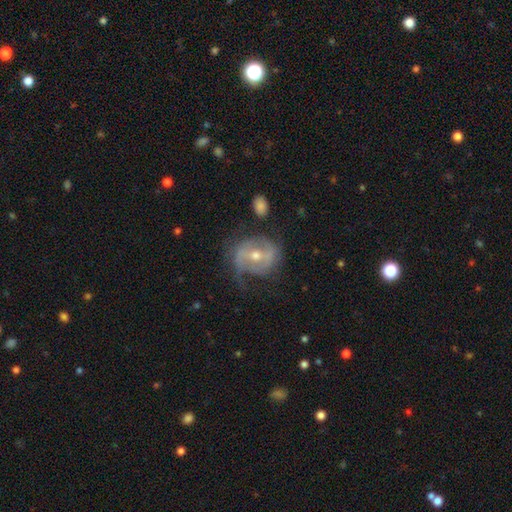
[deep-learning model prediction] smooth_or_featured: featured or disk (p=0.74) [alt: smooth p=0.18]
disk_edge_on: no (p=0.95) [alt: yes p=0.05]
bar: weak (p=0.39) [alt: strong p=0.38]
has_spiral_arms: yes (p=0.72) [alt: no p=0.28]
spiral_winding: medium (p=0.39) [alt: loose p=0.31]
spiral_arm_count: 2 (p=0.58) [alt: can't tell p=0.22]
bulge_size: moderate (p=0.57) [alt: small p=0.39]
merging: none (p=0.54) [alt: minor disturbance p=0.25]